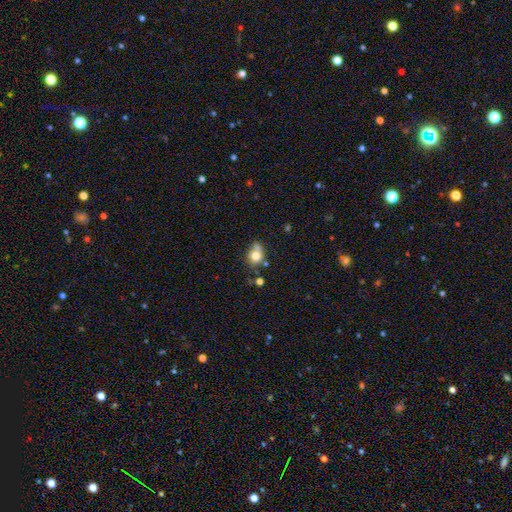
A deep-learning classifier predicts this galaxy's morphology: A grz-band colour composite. It shows a smooth galaxy with no disk features (76%) that is round (58%). Merging: none (45%).